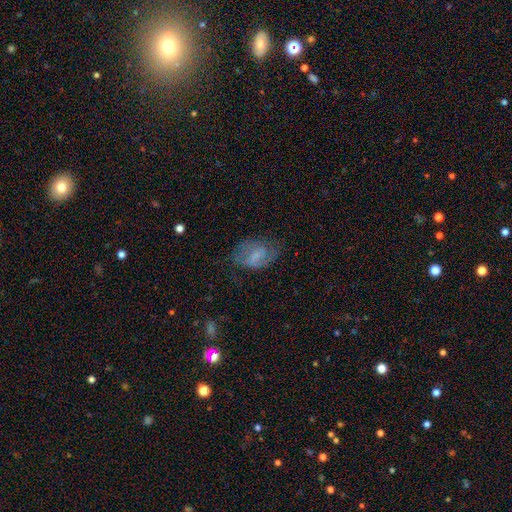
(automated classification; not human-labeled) Smooth or featured? featured or disk (53%)
Edge-on disk? no (96%)
Bar? weak (51%)
Spiral arms? yes (76%)
Bulge size? none (38%)
Merging? none (59%)